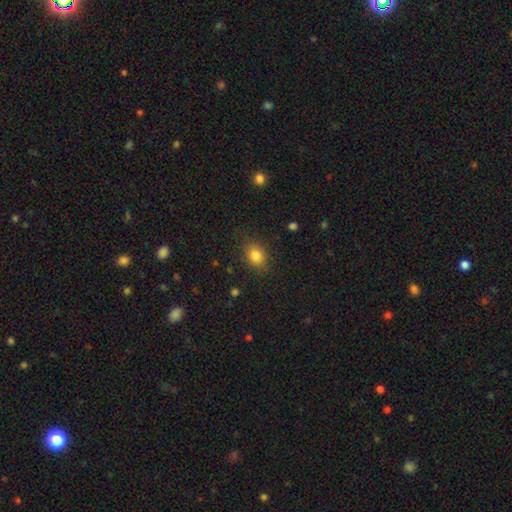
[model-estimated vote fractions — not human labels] The model was most divided on "how rounded": in between: 54%, round: 45%, cigar-shaped: 1%. More confident: smooth or featured — smooth (84%); merging — none (82%).